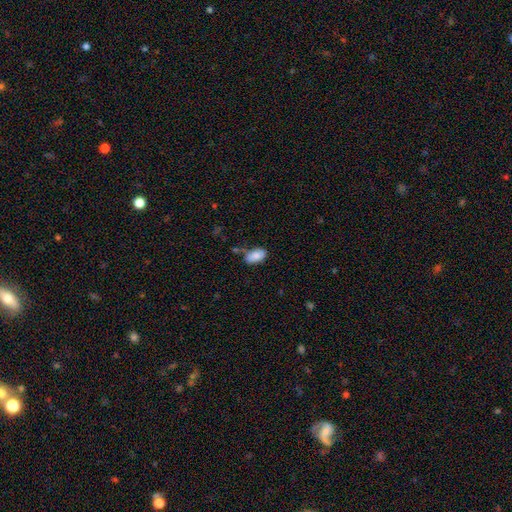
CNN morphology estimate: The model was most divided on "merging": none: 65%, minor disturbance: 22%, merger: 8%, major disturbance: 5%. More confident: how rounded — in between (93%); smooth or featured — smooth (85%).